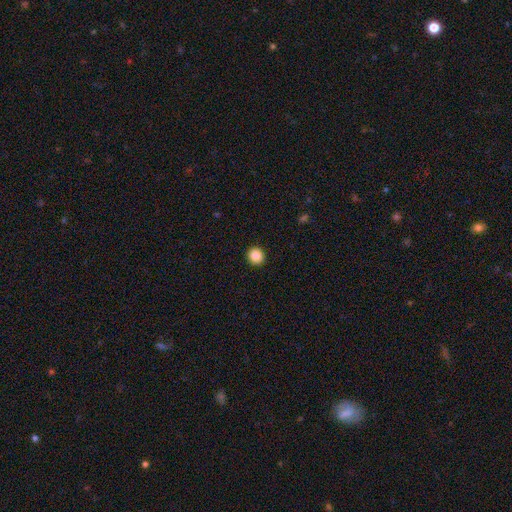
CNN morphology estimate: Q: Smooth or featured?
A: smooth (87%); runner-up: star or artifact (9%)
Q: How rounded?
A: round (90%); runner-up: in between (9%)
Q: Merging?
A: none (93%); runner-up: minor disturbance (4%)